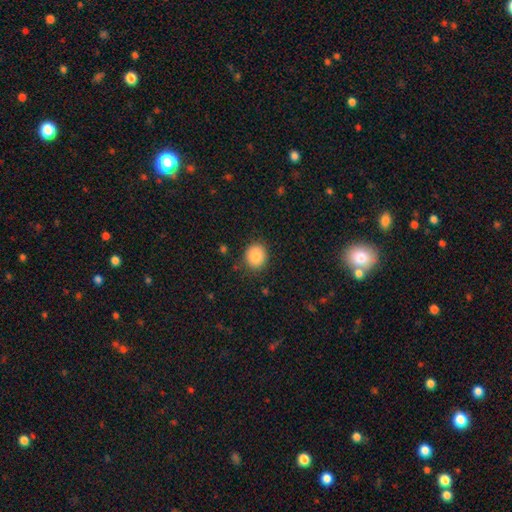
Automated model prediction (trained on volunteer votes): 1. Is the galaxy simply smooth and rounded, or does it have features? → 87% smooth, 9% star or artifact, 5% featured or disk.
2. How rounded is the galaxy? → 81% round, 18% in between, 1% cigar-shaped.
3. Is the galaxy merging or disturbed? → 87% none, 9% minor disturbance, 3% major disturbance, 1% merger.